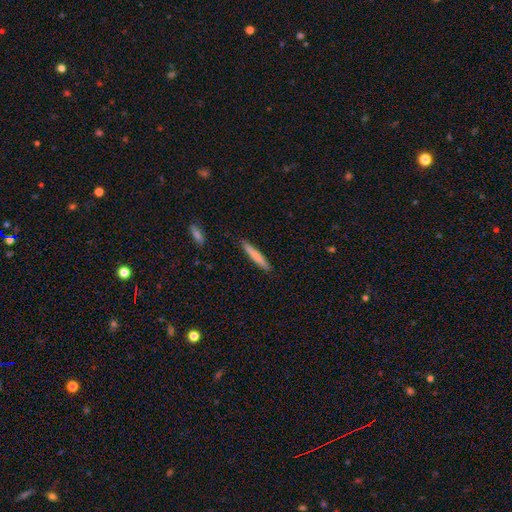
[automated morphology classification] A smooth galaxy with no disk features (75%) that is cigar-shaped (95%).

Vote fractions:
- Smooth or featured? smooth: 75% / featured or disk: 19% / star or artifact: 6%
- How rounded? cigar-shaped: 95% / in between: 4% / round: 1%
- Merging? none: 89% / minor disturbance: 8% / major disturbance: 2% / merger: 1%